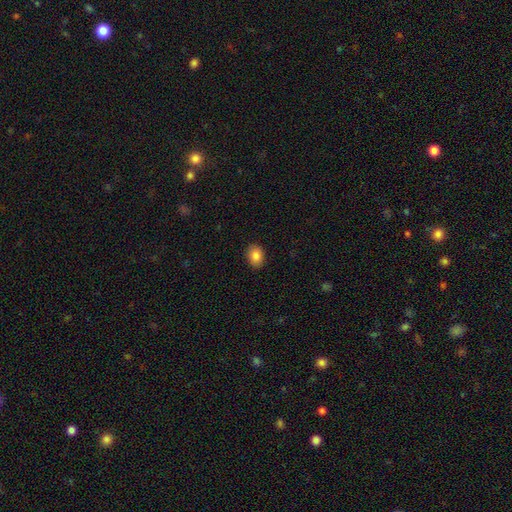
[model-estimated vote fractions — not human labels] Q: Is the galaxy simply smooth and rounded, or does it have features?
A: smooth — 85%.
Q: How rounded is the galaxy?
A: in between — 60%.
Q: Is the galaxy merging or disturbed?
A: none — 89%.